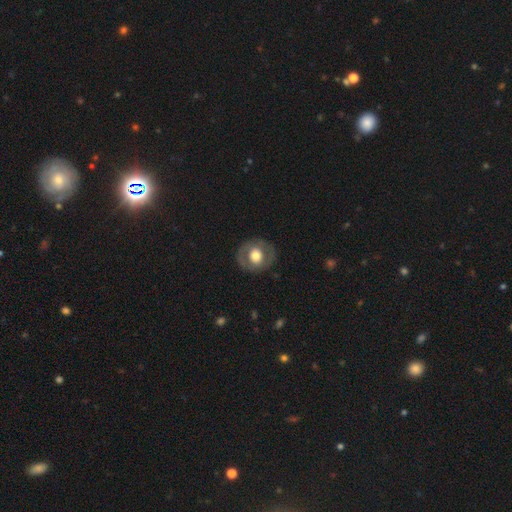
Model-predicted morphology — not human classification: This appears to be a smooth galaxy with no disk features (50%) that is round (81%). Merging: none (83%).